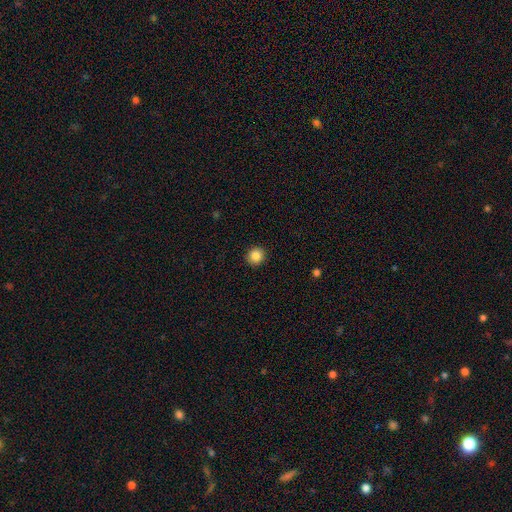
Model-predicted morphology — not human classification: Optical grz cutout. It shows a smooth galaxy with no disk features (86%) that is round (92%). Merging: none (93%).